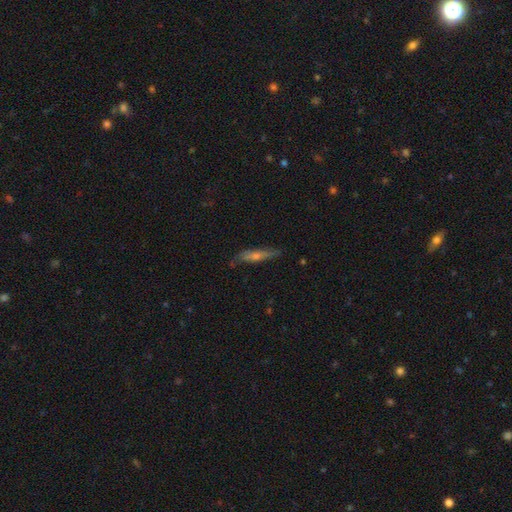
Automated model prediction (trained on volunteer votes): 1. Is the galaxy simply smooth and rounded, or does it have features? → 53% featured or disk, 39% smooth, 8% star or artifact.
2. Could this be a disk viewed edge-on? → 84% yes, 16% no.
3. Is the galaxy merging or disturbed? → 77% none, 18% minor disturbance, 4% major disturbance, 2% merger.